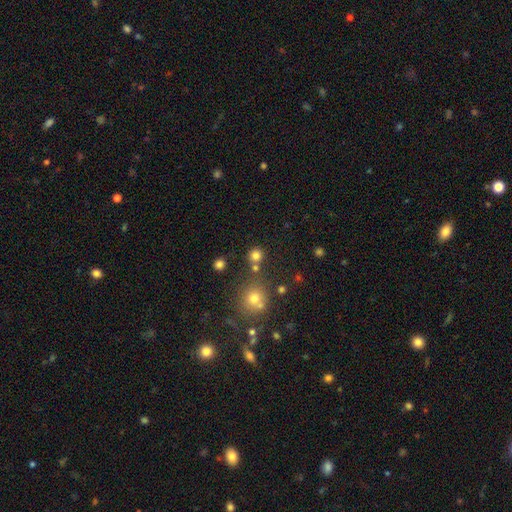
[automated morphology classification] Smooth or featured? Predicted: smooth (p=0.78). How rounded? Predicted: round (p=0.92). Merging? Predicted: none (p=0.74).